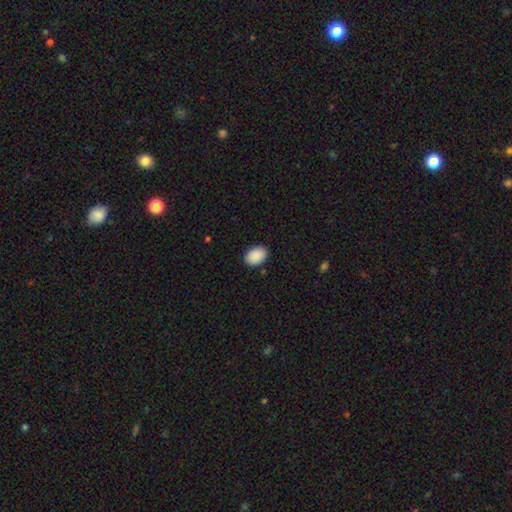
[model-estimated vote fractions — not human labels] The model was most divided on "how rounded": in between: 83%, round: 16%, cigar-shaped: 1%. More confident: smooth or featured — smooth (91%); merging — none (89%).